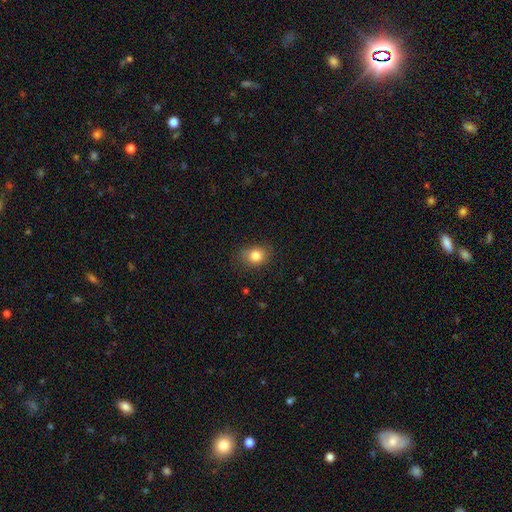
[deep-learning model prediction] Smooth or featured?
  - smooth: 83% *
  - star or artifact: 11%
  - featured or disk: 7%
How rounded?
  - round: 54% *
  - in between: 45%
  - cigar-shaped: 1%
Merging?
  - none: 82% *
  - minor disturbance: 13%
  - major disturbance: 3%
  - merger: 1%